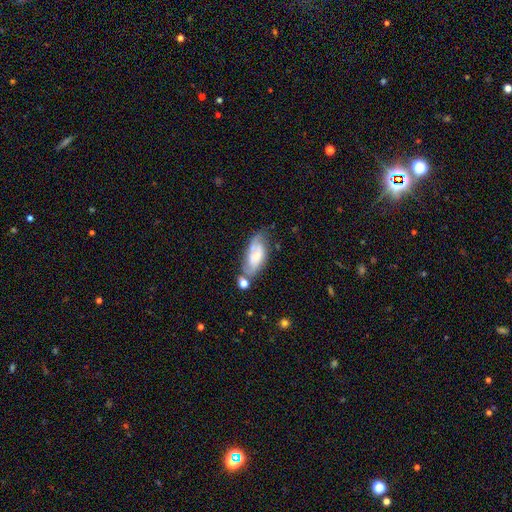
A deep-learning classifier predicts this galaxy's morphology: featured or disk 54%, smooth 38%, star or artifact 8%. Down the decision tree: edge-on disk — no (90%); merging — none (50%).